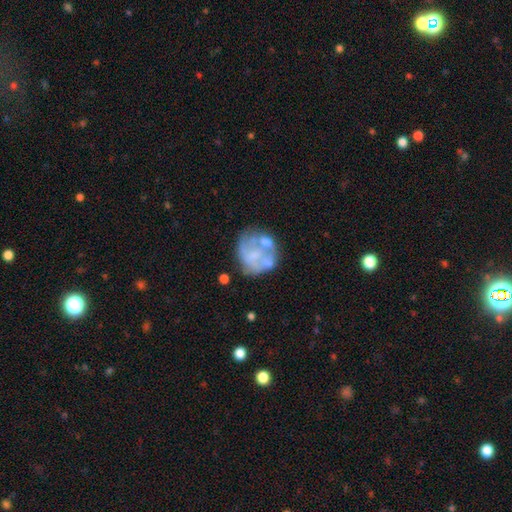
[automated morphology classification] The model was most divided on "smooth or featured": featured or disk: 59%, smooth: 32%, star or artifact: 9%. Remaining: edge-on disk — no (98%); bar — no (83%); spiral arms — no (79%); bulge size — none (51%); merging — none (49%).